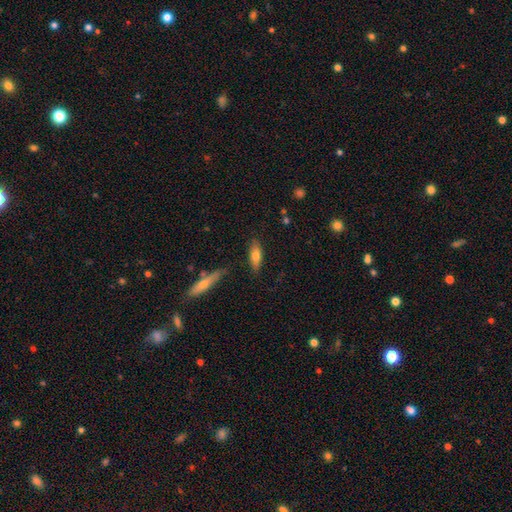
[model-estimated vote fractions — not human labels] Overall: smooth (71%). How rounded: in between (62%; cigar-shaped 36%). Merging: none (81%).